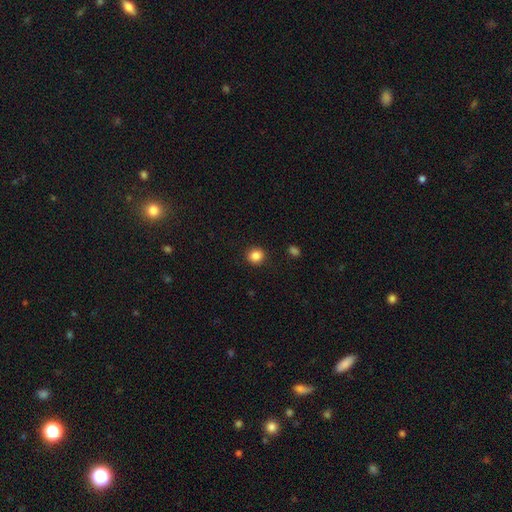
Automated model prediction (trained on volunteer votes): This is clearly a smooth galaxy (85%). How rounded: clearly round (90%). Merging: clearly none (91%).